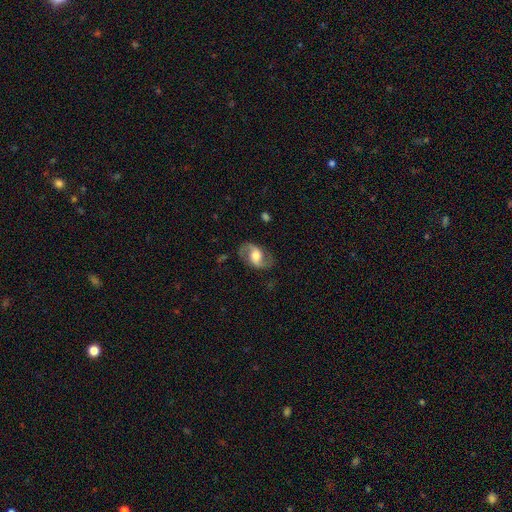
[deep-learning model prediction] featured or disk 82%, smooth 13%, star or artifact 6%. Down the decision tree: edge-on disk — no (97%); bar — weak (42%); spiral arms — yes (93%); spiral arm count — 2 (93%); spiral winding — medium (45%); bulge size — moderate (59%); merging — none (79%).